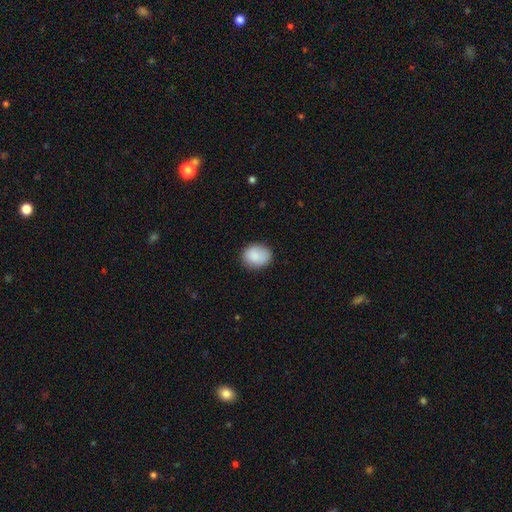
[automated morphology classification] Smooth or featured?
  - smooth: 87% *
  - star or artifact: 7%
  - featured or disk: 5%
How rounded?
  - round: 53% *
  - in between: 46%
  - cigar-shaped: 1%
Merging?
  - none: 79% *
  - minor disturbance: 16%
  - major disturbance: 3%
  - merger: 1%